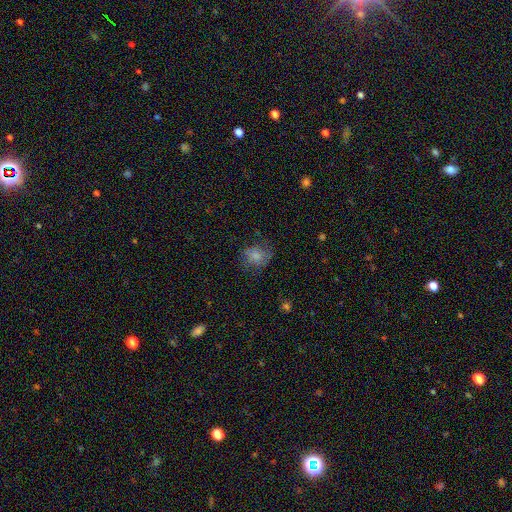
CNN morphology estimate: Smooth or featured? smooth (70%)
How rounded? round (62%)
Merging? none (61%)